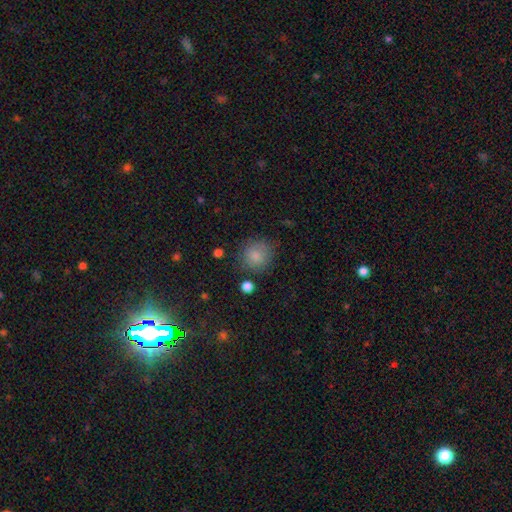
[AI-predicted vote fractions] Morphology: type=smooth (84%); roundness=round (87%); merging=none (77%).